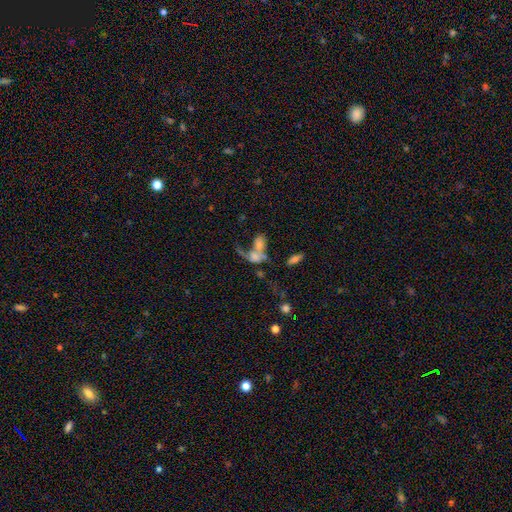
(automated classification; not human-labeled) Overall: smooth (51%; featured or disk 35%). How rounded: in between (76%). Merging: merger (59%).